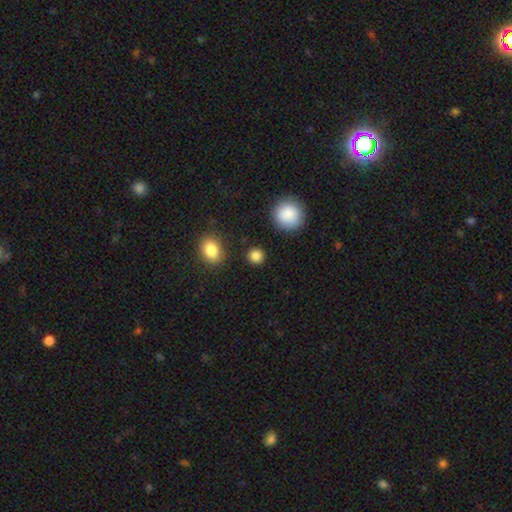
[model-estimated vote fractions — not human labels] Q: Smooth or featured?
A: smooth (86%); runner-up: star or artifact (10%)
Q: How rounded?
A: round (89%); runner-up: in between (10%)
Q: Merging?
A: none (88%); runner-up: minor disturbance (7%)